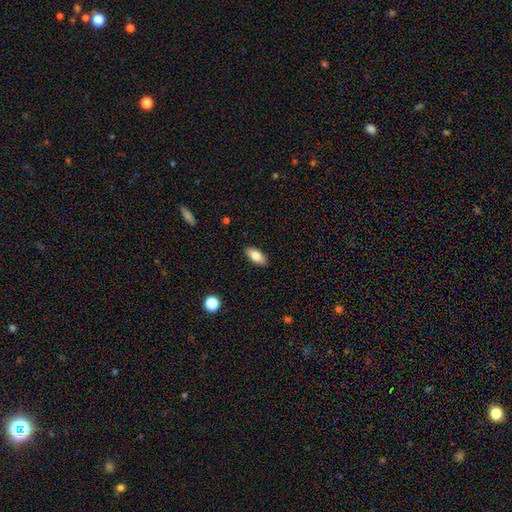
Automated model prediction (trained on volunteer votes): Overall: smooth (80%). How rounded: in between (88%). Merging: none (89%).